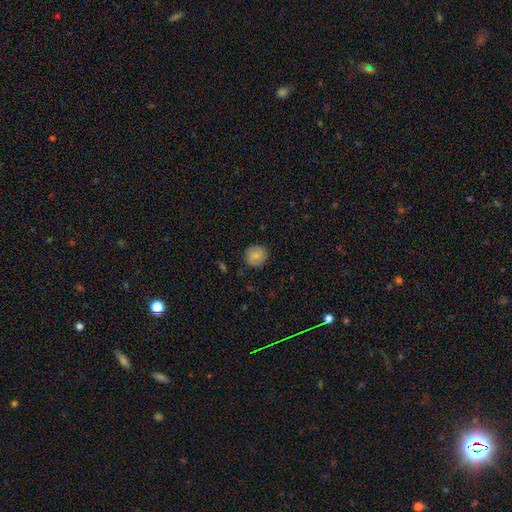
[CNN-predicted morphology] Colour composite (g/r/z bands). It shows a smooth galaxy with no disk features (82%) that is round (89%). Merging: none (85%).